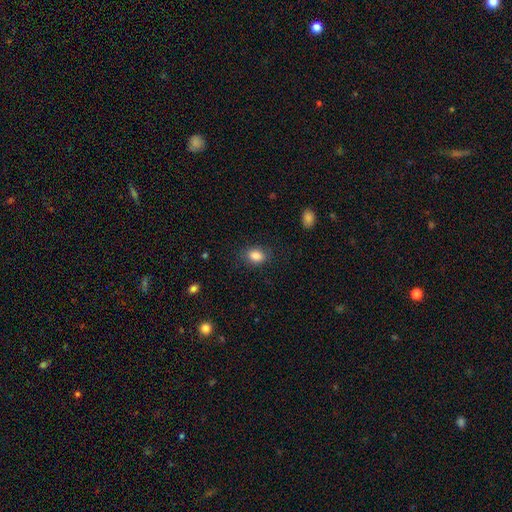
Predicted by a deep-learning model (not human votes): Smooth or featured? smooth (86%)
How rounded? in between (70%)
Merging? none (83%)